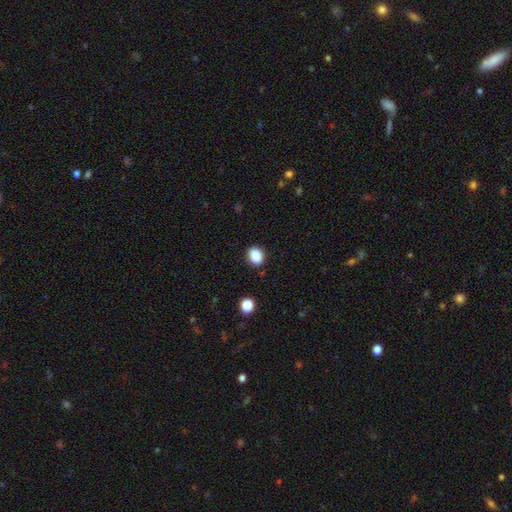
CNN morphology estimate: Smooth or featured: smooth — 88% (star or artifact — 9%)
How rounded: in between — 52% (round — 47%)
Merging: none — 88% (minor disturbance — 8%)